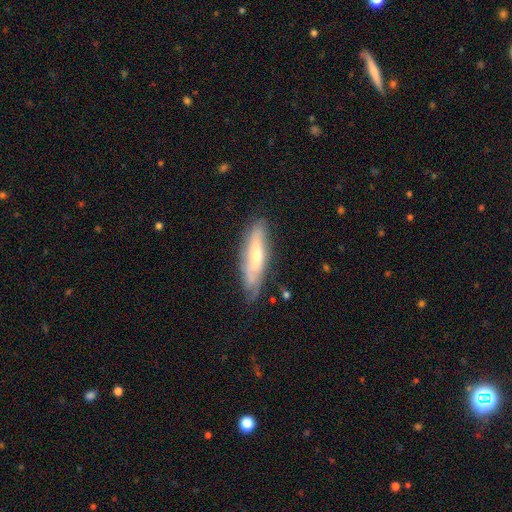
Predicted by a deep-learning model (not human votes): This is possibly a featured or disk galaxy (55%). It is possibly not viewed edge-on (55%). Merging: likely none (65%).